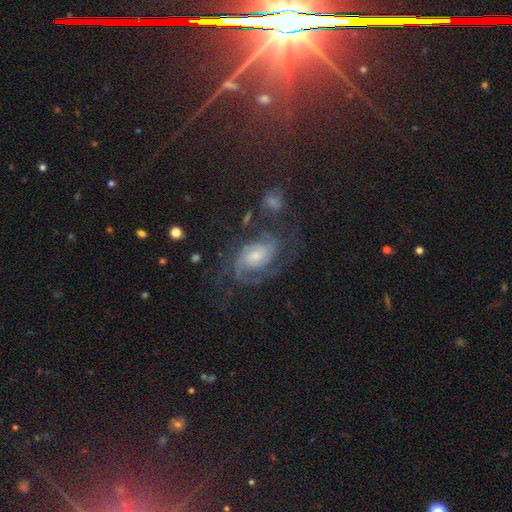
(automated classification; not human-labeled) Smooth or featured? featured or disk (81%)
Edge-on disk? no (97%)
Bar? no (58%)
Spiral arms? yes (96%)
Spiral winding? tight (48%)
Spiral arm count? 2 (46%)
Bulge size? moderate (45%)
Merging? none (62%)